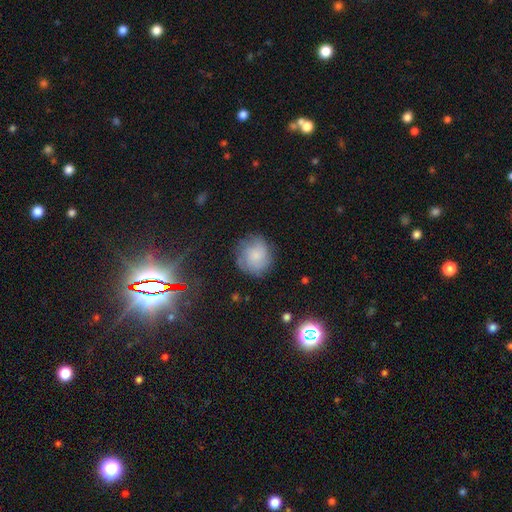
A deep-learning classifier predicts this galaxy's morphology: Q: Smooth or featured?
A: smooth (70%); runner-up: featured or disk (20%)
Q: How rounded?
A: round (87%); runner-up: in between (12%)
Q: Merging?
A: none (72%); runner-up: minor disturbance (19%)